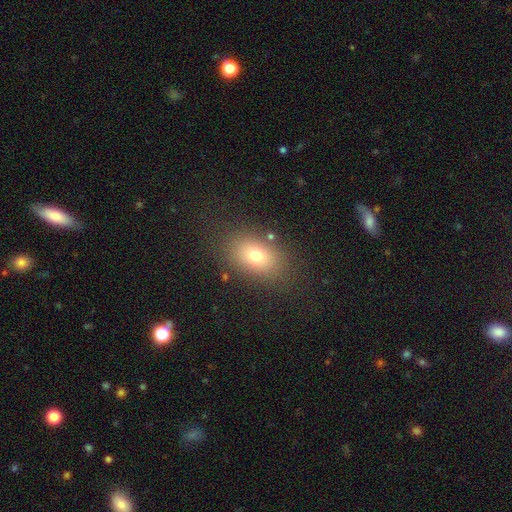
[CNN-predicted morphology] The model was most divided on "smooth or featured": smooth: 74%, featured or disk: 14%, star or artifact: 13%. More confident: merging — none (81%); how rounded — in between (79%).